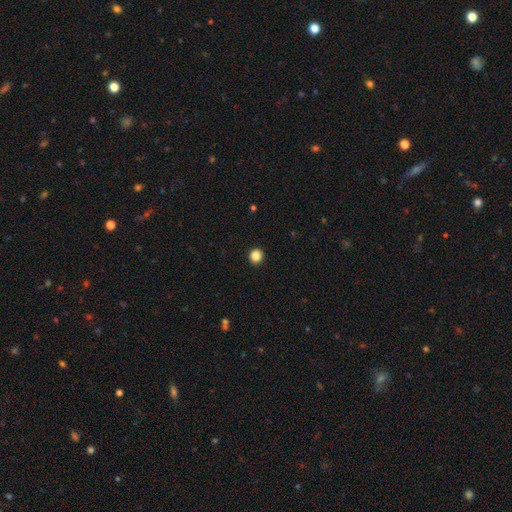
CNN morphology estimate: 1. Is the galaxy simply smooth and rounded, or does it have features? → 87% smooth, 11% star or artifact, 2% featured or disk.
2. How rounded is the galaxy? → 93% round, 6% in between, 1% cigar-shaped.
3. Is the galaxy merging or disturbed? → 93% none, 4% minor disturbance, 2% major disturbance, 1% merger.